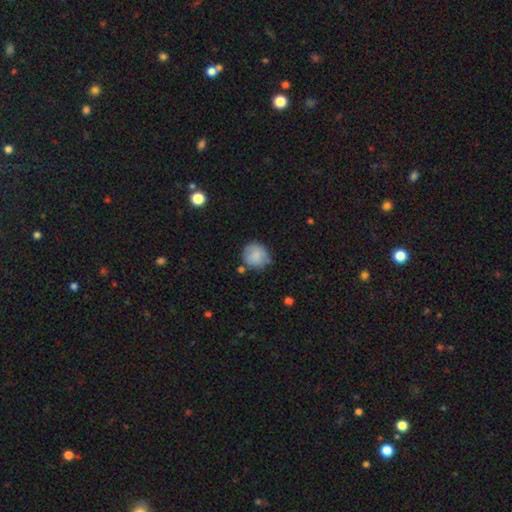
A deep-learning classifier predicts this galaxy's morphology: The model was most divided on "merging": none: 69%, minor disturbance: 20%, merger: 6%, major disturbance: 5%. More confident: how rounded — round (89%); smooth or featured — smooth (81%).